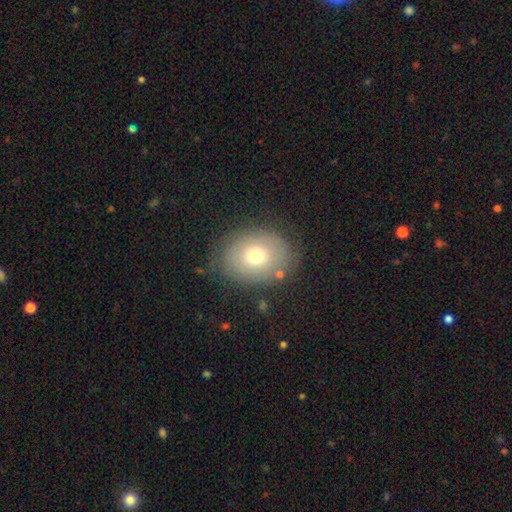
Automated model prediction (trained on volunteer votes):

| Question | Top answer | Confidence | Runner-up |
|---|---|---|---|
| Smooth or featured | smooth | 67% | featured or disk (22%) |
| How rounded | in between | 60% | round (39%) |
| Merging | none | 78% | minor disturbance (14%) |